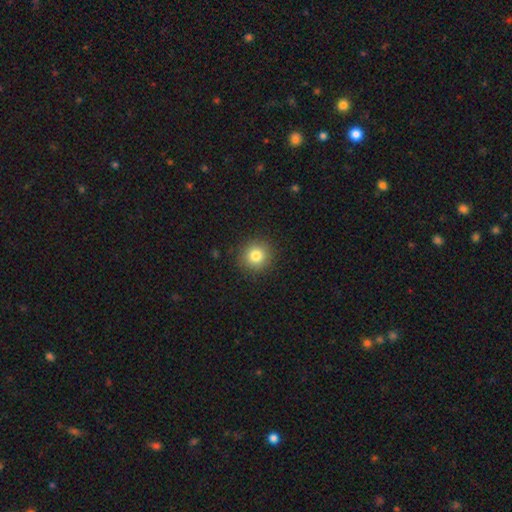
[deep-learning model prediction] Q: Smooth or featured?
A: smooth (82%); runner-up: star or artifact (11%)
Q: How rounded?
A: round (91%); runner-up: in between (8%)
Q: Merging?
A: none (90%); runner-up: minor disturbance (7%)